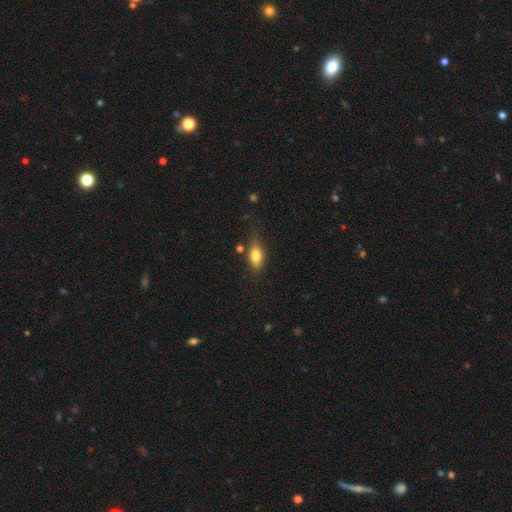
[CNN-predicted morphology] Smooth or featured?
  - smooth: 75% *
  - featured or disk: 17%
  - star or artifact: 8%
How rounded?
  - in between: 81% *
  - cigar-shaped: 13%
  - round: 6%
Merging?
  - none: 65% *
  - minor disturbance: 24%
  - major disturbance: 7%
  - merger: 5%